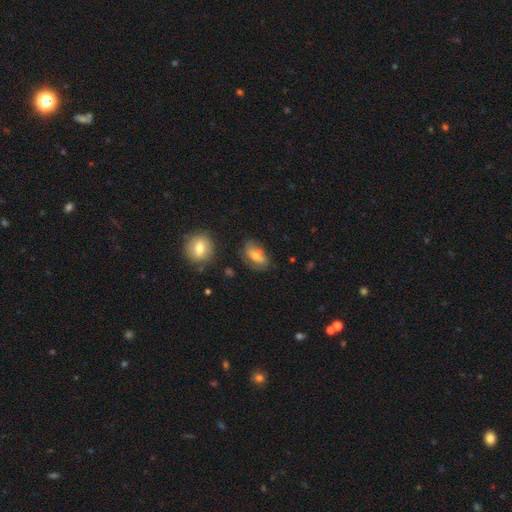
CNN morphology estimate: Q: Smooth or featured?
A: smooth (57%); runner-up: featured or disk (34%)
Q: How rounded?
A: in between (87%); runner-up: round (8%)
Q: Merging?
A: none (70%); runner-up: minor disturbance (22%)